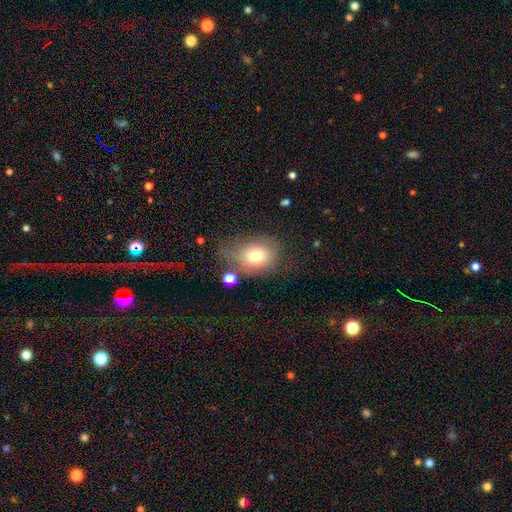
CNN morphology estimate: smooth_or_featured: smooth (p=0.72) [alt: featured or disk p=0.16]
how_rounded: in between (p=0.50) [alt: round p=0.49]
merging: none (p=0.54) [alt: minor disturbance p=0.26]